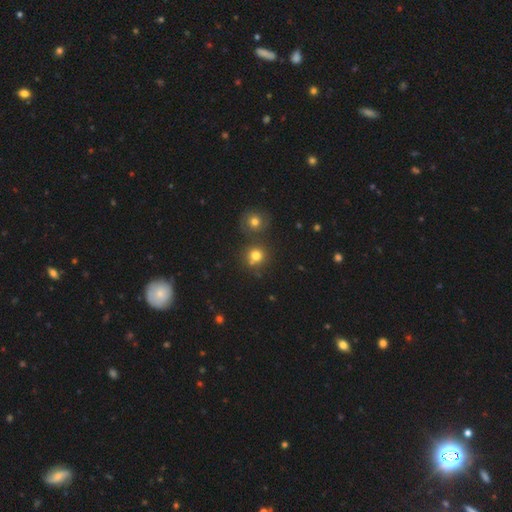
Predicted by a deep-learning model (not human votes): A smooth galaxy with no disk features (75%) that is round (89%).

Vote fractions:
- Smooth or featured? smooth: 75% / star or artifact: 16% / featured or disk: 9%
- How rounded? round: 89% / in between: 10% / cigar-shaped: 1%
- Merging? none: 66% / merger: 22% / minor disturbance: 9% / major disturbance: 4%